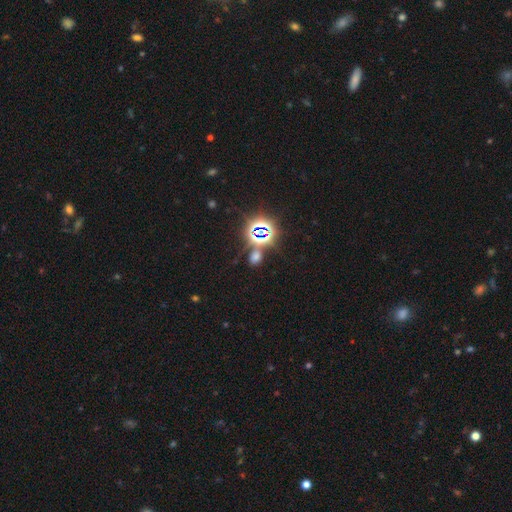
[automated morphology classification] This appears to be a star or artifact, not a galaxy (58%).